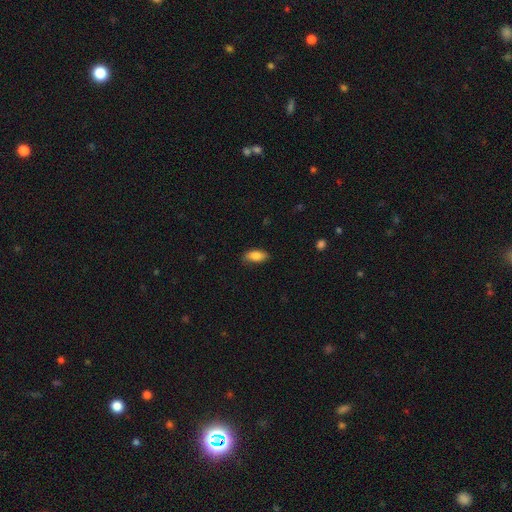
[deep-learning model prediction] Q: Smooth or featured?
A: smooth (86%); runner-up: featured or disk (8%)
Q: How rounded?
A: in between (88%); runner-up: cigar-shaped (9%)
Q: Merging?
A: none (76%); runner-up: minor disturbance (19%)